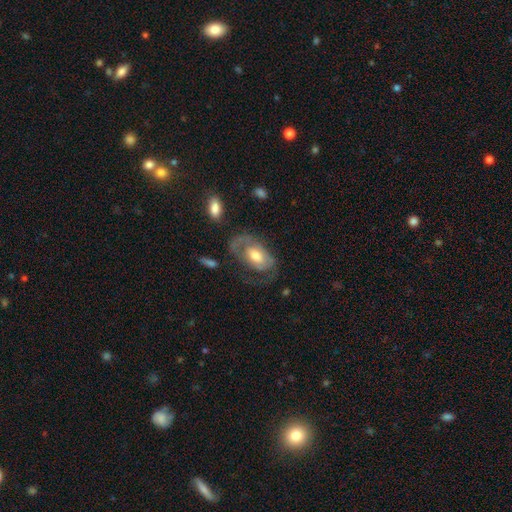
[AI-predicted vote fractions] Smooth or featured? featured or disk (62%)
Edge-on disk? no (94%)
Bar? no (62%)
Spiral arms? yes (69%)
Bulge size? moderate (60%)
Merging? none (42%)